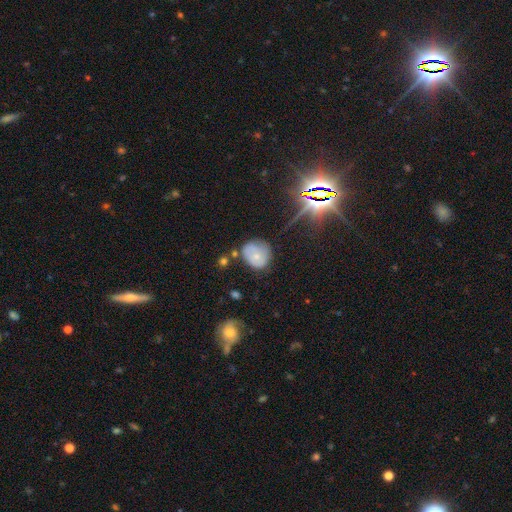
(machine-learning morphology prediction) Overall: smooth (63%; featured or disk 24%). How rounded: round (67%; in between 32%). Merging: none (53%; minor disturbance 31%).